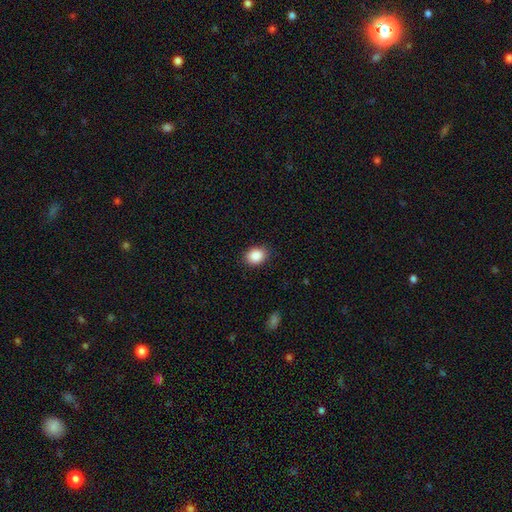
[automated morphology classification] A smooth galaxy with no disk features (88%) that is in between round and cigar-shaped (53%).

Vote fractions:
- Smooth or featured? smooth: 88% / star or artifact: 8% / featured or disk: 4%
- How rounded? in between: 53% / round: 46% / cigar-shaped: 1%
- Merging? none: 88% / minor disturbance: 8% / major disturbance: 2% / merger: 1%